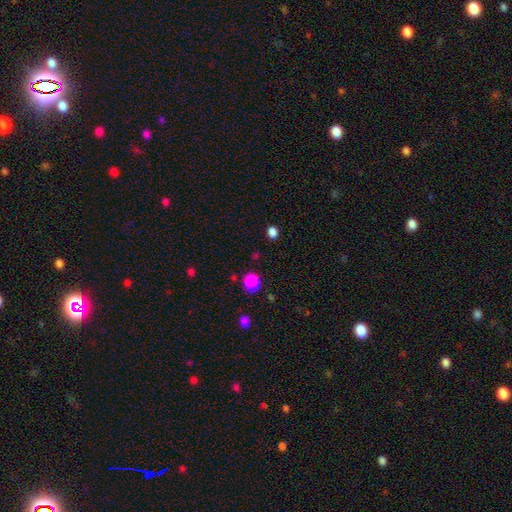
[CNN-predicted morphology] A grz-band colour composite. It shows a smooth galaxy with no disk features (85%) that is round (69%). Merging: none (85%).